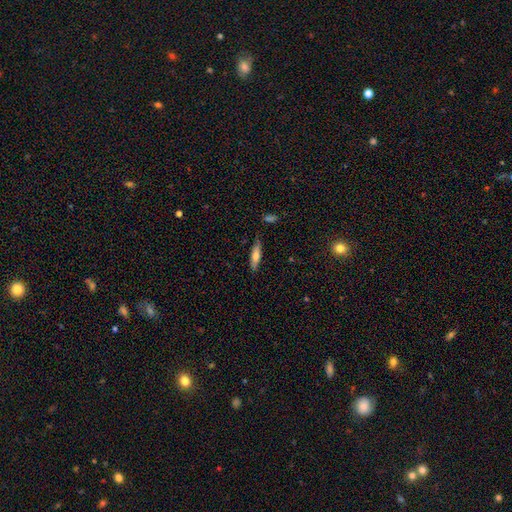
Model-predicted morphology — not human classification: This is likely a smooth galaxy (67%). How rounded: likely cigar-shaped (69%). Merging: clearly none (80%).